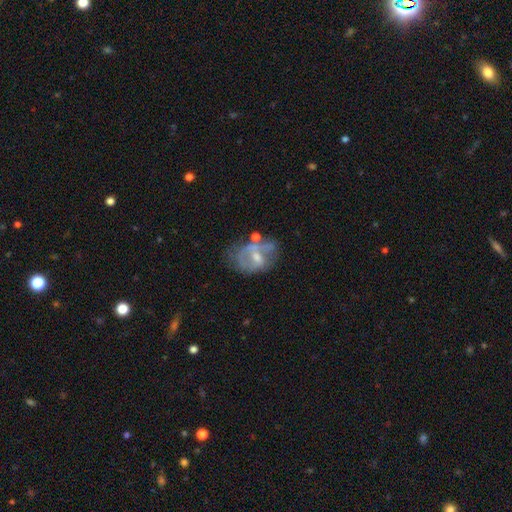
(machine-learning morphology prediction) This is possibly a featured or disk galaxy (60%). It is clearly not viewed edge-on (96%). Bar: marginally weak (44%). Spiral arm pattern: possibly no (57%). Central bulge: possibly moderate (53%). Merging: marginally none (39%).